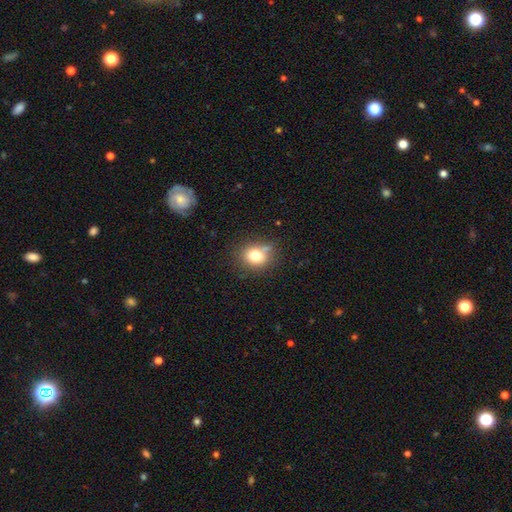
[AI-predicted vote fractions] smooth 76%, star or artifact 13%, featured or disk 11%. Down the decision tree: how rounded — round (72%); merging — none (70%).